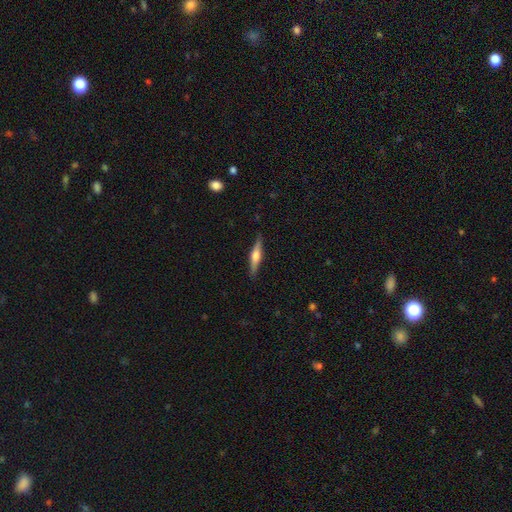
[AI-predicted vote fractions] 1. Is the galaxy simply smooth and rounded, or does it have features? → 64% featured or disk, 31% smooth, 5% star or artifact.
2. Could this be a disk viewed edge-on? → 97% yes, 3% no.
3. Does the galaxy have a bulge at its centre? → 90% rounded, 7% boxy, 4% none.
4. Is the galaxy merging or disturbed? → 89% none, 8% minor disturbance, 2% major disturbance, 1% merger.